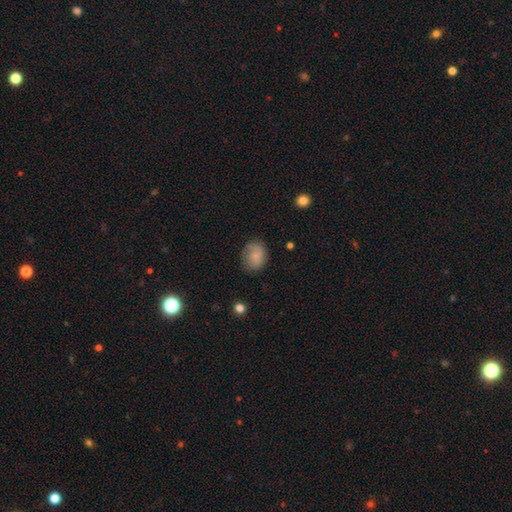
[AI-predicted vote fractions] Smooth or featured: smooth — 74% (featured or disk — 18%)
How rounded: round — 54% (in between — 45%)
Merging: none — 69% (minor disturbance — 22%)